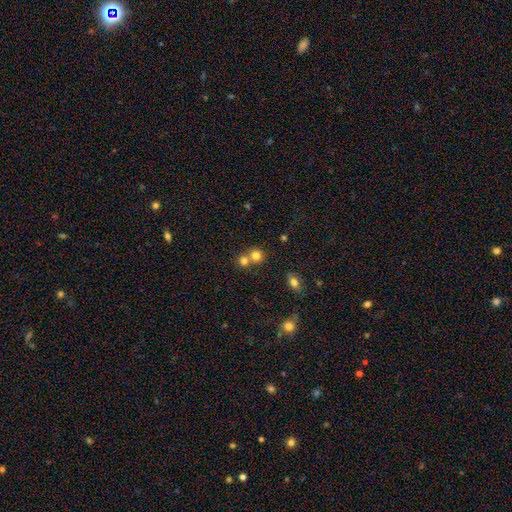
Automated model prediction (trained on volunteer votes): Smooth or featured? smooth (77%)
How rounded? round (87%)
Merging? merger (47%)